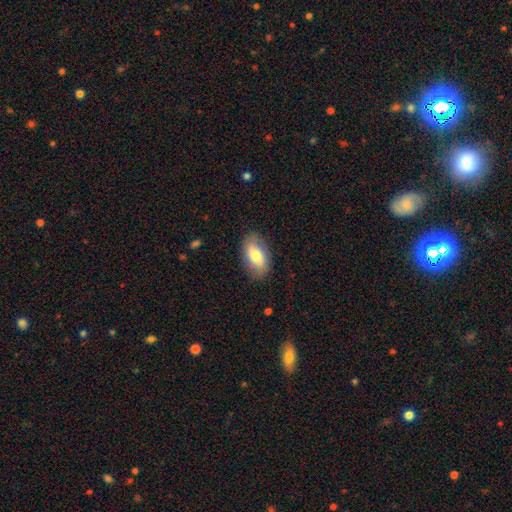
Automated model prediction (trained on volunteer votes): Smooth or featured: smooth — 66% (featured or disk — 27%)
How rounded: in between — 91% (round — 5%)
Merging: none — 83% (minor disturbance — 12%)